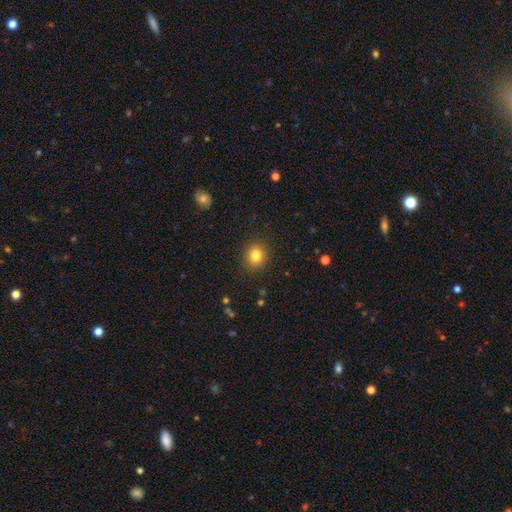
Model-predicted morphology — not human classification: A smooth galaxy with no disk features (82%) that is round (77%).

Vote fractions:
- Smooth or featured? smooth: 82% / star or artifact: 11% / featured or disk: 7%
- How rounded? round: 77% / in between: 23% / cigar-shaped: 1%
- Merging? none: 88% / minor disturbance: 8% / major disturbance: 2% / merger: 1%